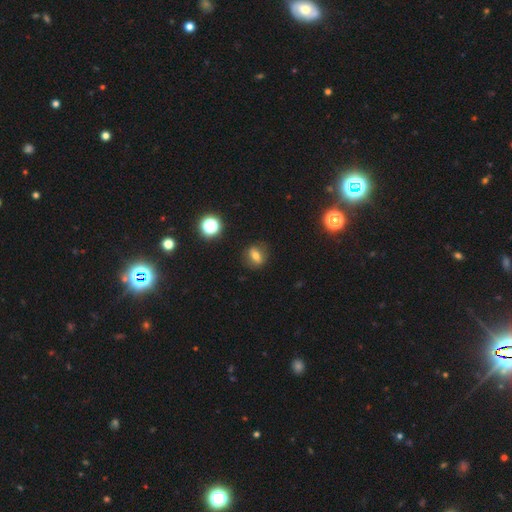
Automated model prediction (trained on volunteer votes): This appears to be a smooth galaxy with no disk features (63%) that is round (48%, tied with in between). Merging: none (83%).